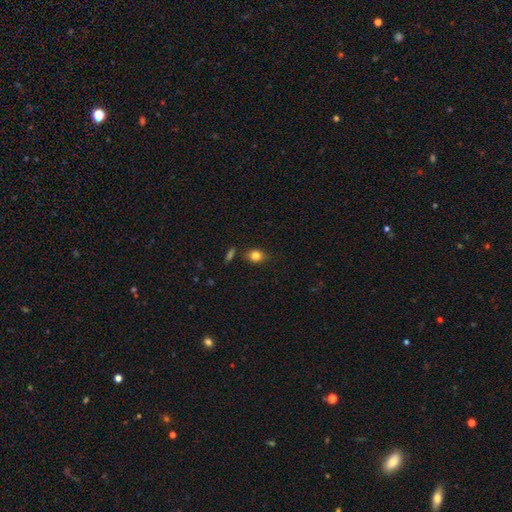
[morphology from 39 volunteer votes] Smooth or featured: smooth — 90% (featured or disk — 8%)
How rounded: in between — 71% (round — 29%)
Merging: none — 82% (minor disturbance — 13%)